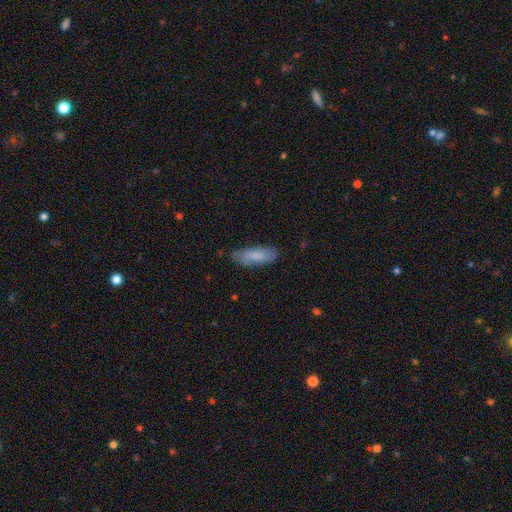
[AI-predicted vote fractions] Smooth or featured? Predicted: smooth (p=0.77). How rounded? Predicted: in between (p=0.59). Merging? Predicted: none (p=0.69).